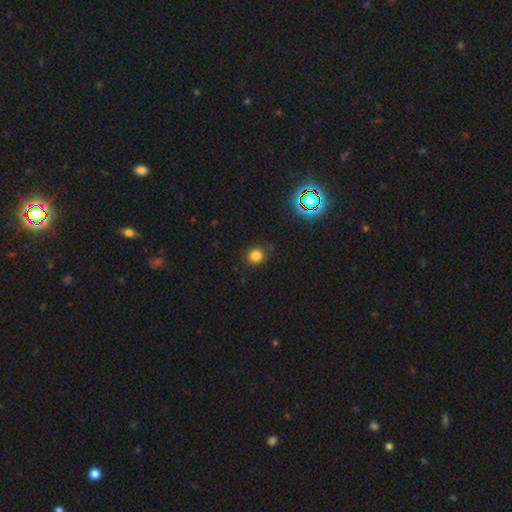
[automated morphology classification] Smooth or featured?
  - smooth: 80% *
  - star or artifact: 15%
  - featured or disk: 5%
How rounded?
  - round: 83% *
  - in between: 16%
  - cigar-shaped: 1%
Merging?
  - none: 84% *
  - minor disturbance: 12%
  - major disturbance: 3%
  - merger: 1%